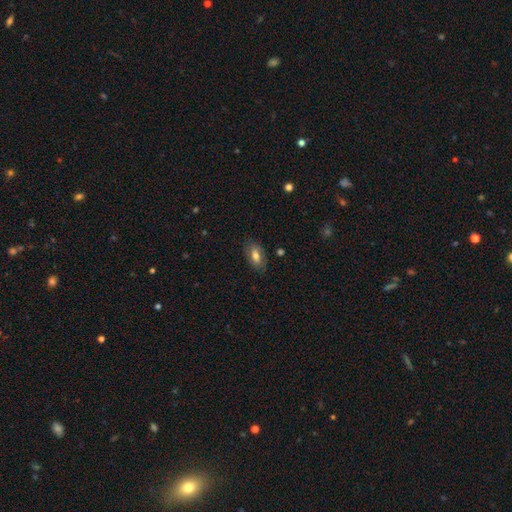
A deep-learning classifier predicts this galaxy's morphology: A smooth galaxy with no disk features (65%) that is in between round and cigar-shaped (90%).

Vote fractions:
- Smooth or featured? smooth: 65% / featured or disk: 27% / star or artifact: 8%
- How rounded? in between: 90% / round: 5% / cigar-shaped: 5%
- Merging? none: 80% / minor disturbance: 15% / major disturbance: 4% / merger: 1%